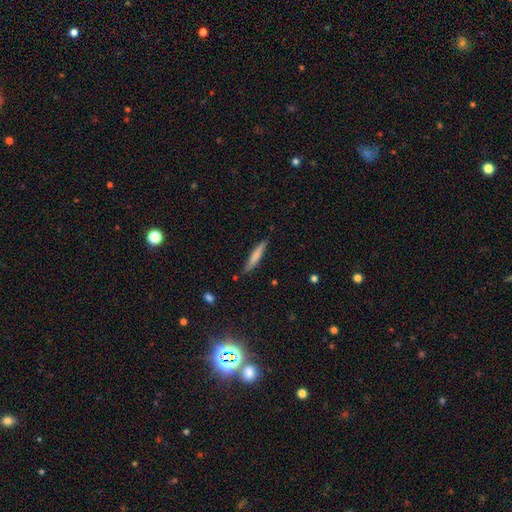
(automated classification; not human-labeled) smooth 68%, featured or disk 27%, star or artifact 6%. Down the decision tree: how rounded — cigar-shaped (92%); merging — none (84%).